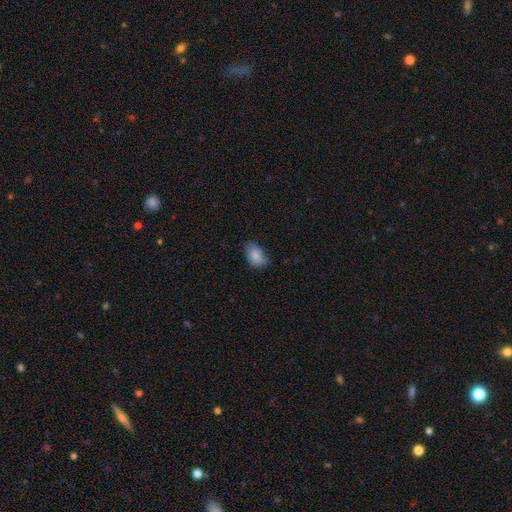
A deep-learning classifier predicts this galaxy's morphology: A smooth galaxy with no disk features (86%) that is in between round and cigar-shaped (88%).

Vote fractions:
- Smooth or featured? smooth: 86% / star or artifact: 8% / featured or disk: 7%
- How rounded? in between: 88% / round: 10% / cigar-shaped: 1%
- Merging? none: 65% / minor disturbance: 28% / major disturbance: 5% / merger: 1%